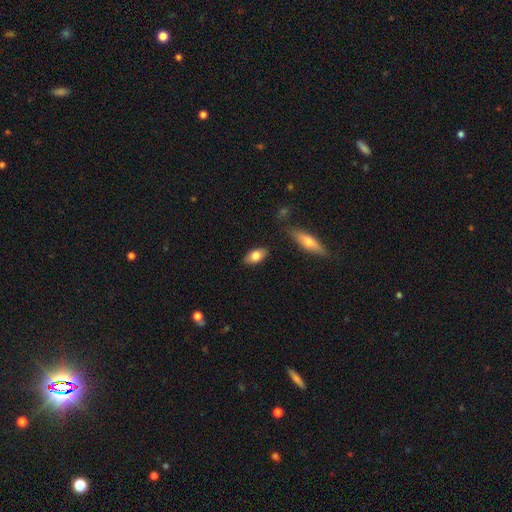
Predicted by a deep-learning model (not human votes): Smooth or featured? Predicted: smooth (p=0.78). How rounded? Predicted: in between (p=0.90). Merging? Predicted: none (p=0.85).